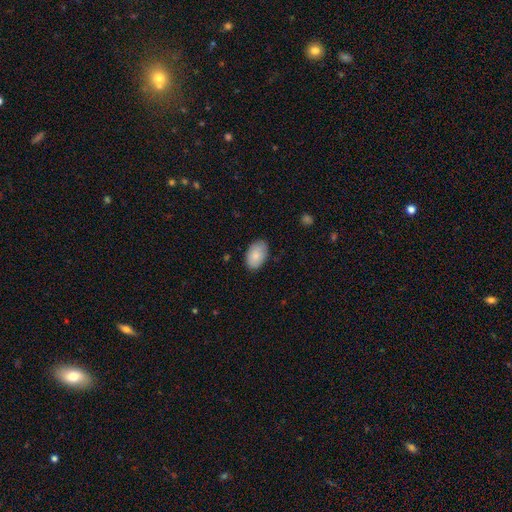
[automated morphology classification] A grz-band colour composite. It shows a smooth galaxy with no disk features (86%) that is in between round and cigar-shaped (92%). Merging: none (83%).